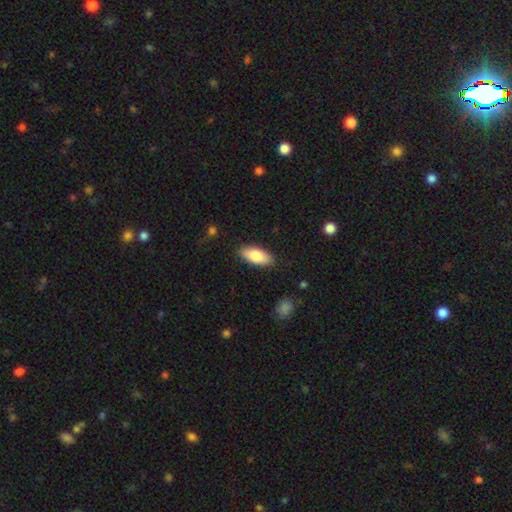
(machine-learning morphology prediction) smooth_or_featured: smooth (p=0.84) [alt: featured or disk p=0.10]
how_rounded: in between (p=0.87) [alt: cigar-shaped p=0.11]
merging: none (p=0.85) [alt: minor disturbance p=0.11]